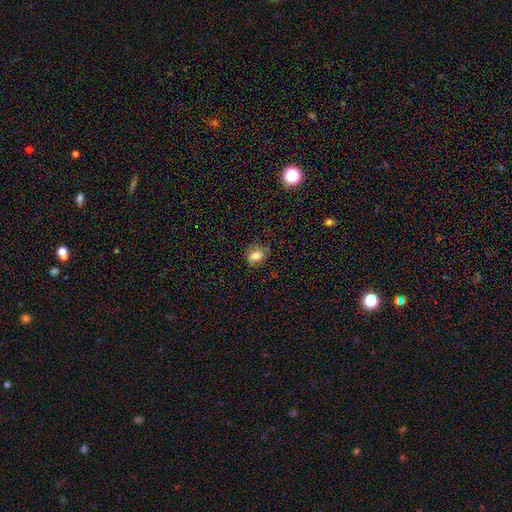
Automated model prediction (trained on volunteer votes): A smooth galaxy with no disk features (76%) that is round (51%).

Vote fractions:
- Smooth or featured? smooth: 76% / featured or disk: 13% / star or artifact: 11%
- How rounded? round: 51% / in between: 48% / cigar-shaped: 1%
- Merging? none: 73% / minor disturbance: 20% / major disturbance: 6% / merger: 1%